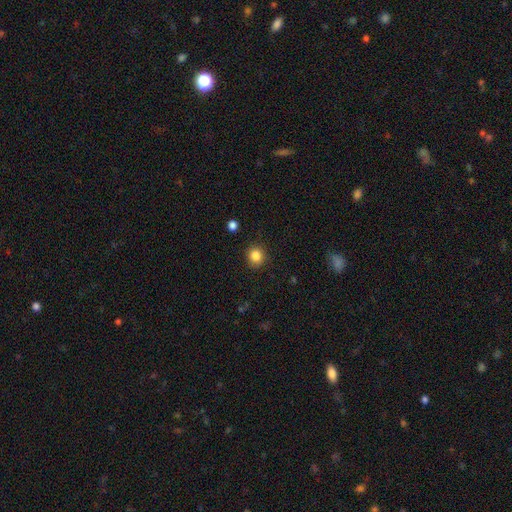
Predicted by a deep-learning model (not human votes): Morphology: type=smooth (85%); roundness=round (86%); merging=none (89%).